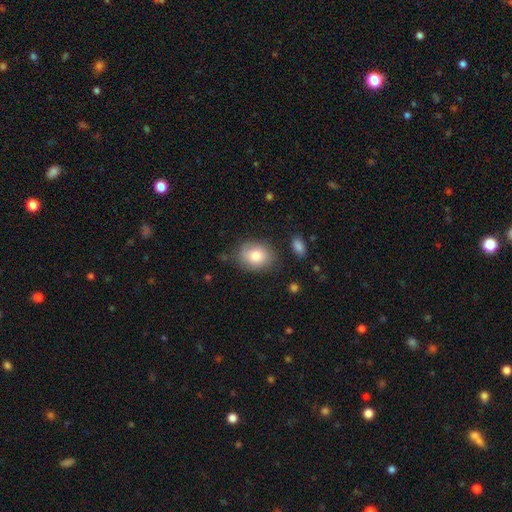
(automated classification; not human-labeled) smooth-or-featured: smooth: 81% | featured or disk: 11% | star or artifact: 7%
  how-rounded: in between: 54% | round: 45% | cigar-shaped: 1%
  merging: none: 73% | minor disturbance: 19% | major disturbance: 5% | merger: 3%